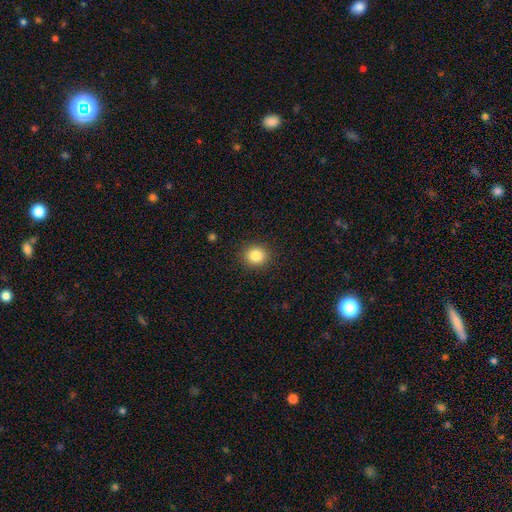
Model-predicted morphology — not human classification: This appears to be a smooth galaxy with no disk features (85%) that is round (81%). Merging: none (90%).